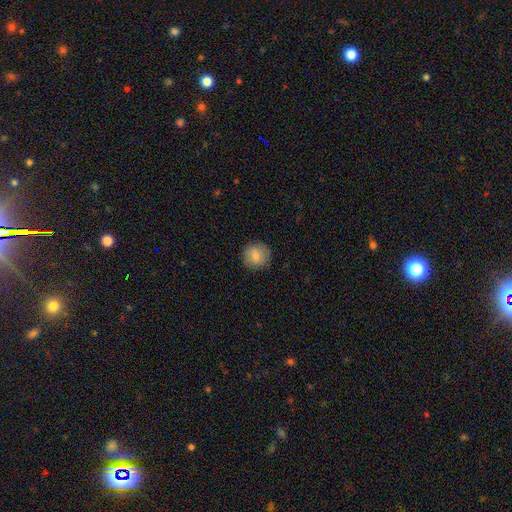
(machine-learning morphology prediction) Smooth or featured?
  - smooth: 82% *
  - featured or disk: 10%
  - star or artifact: 8%
How rounded?
  - round: 92% *
  - in between: 7%
  - cigar-shaped: 1%
Merging?
  - none: 88% *
  - minor disturbance: 8%
  - major disturbance: 2%
  - merger: 1%